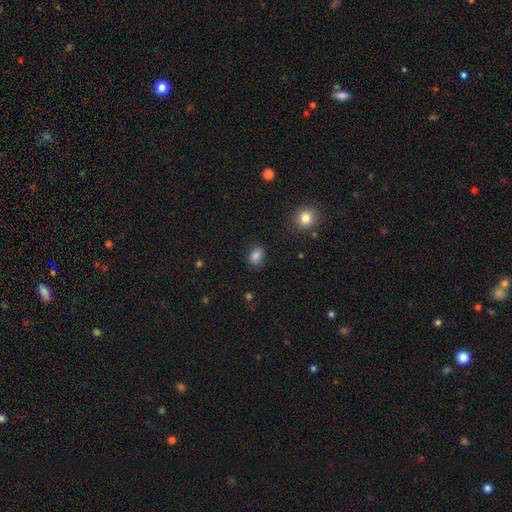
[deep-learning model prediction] smooth-or-featured: smooth: 85% | star or artifact: 11% | featured or disk: 4%
  how-rounded: in between: 54% | round: 45% | cigar-shaped: 1%
  merging: none: 83% | minor disturbance: 12% | major disturbance: 3% | merger: 1%